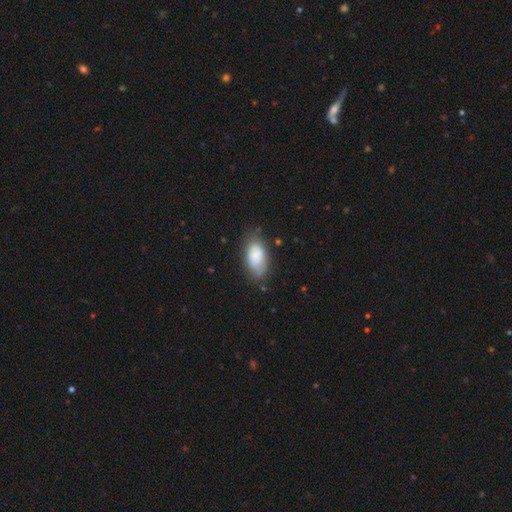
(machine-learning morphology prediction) smooth-or-featured: smooth: 78% | featured or disk: 15% | star or artifact: 7%
  how-rounded: in between: 93% | round: 4% | cigar-shaped: 3%
  merging: none: 67% | minor disturbance: 23% | major disturbance: 7% | merger: 2%